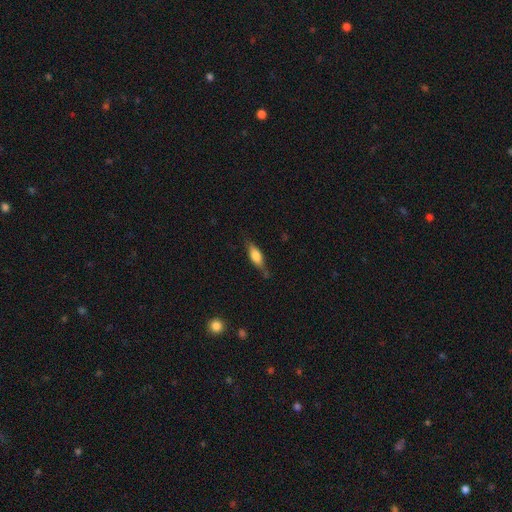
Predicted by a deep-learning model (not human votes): A smooth galaxy with no disk features (63%) that is in between round and cigar-shaped (59%). Merging: none (70%).